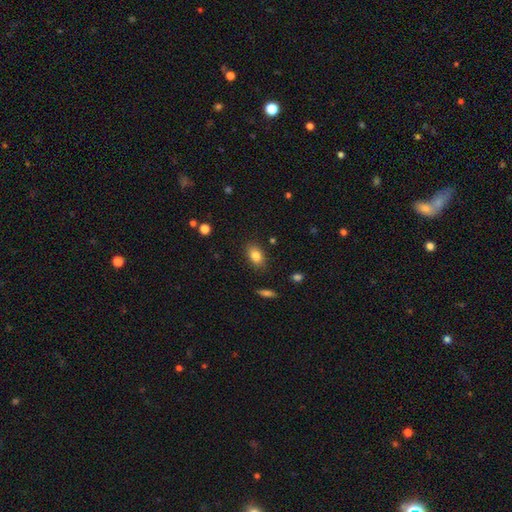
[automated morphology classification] smooth 82%, featured or disk 9%, star or artifact 9%. Down the decision tree: how rounded — in between (85%); merging — none (86%).